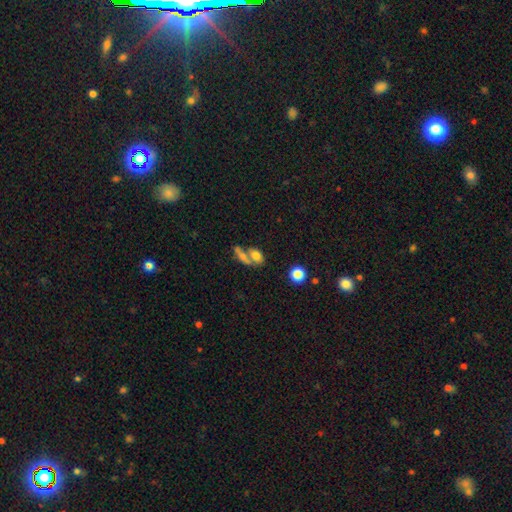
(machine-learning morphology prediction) Q: Smooth or featured?
A: smooth (67%); runner-up: featured or disk (21%)
Q: How rounded?
A: in between (70%); runner-up: round (21%)
Q: Merging?
A: merger (52%); runner-up: none (32%)